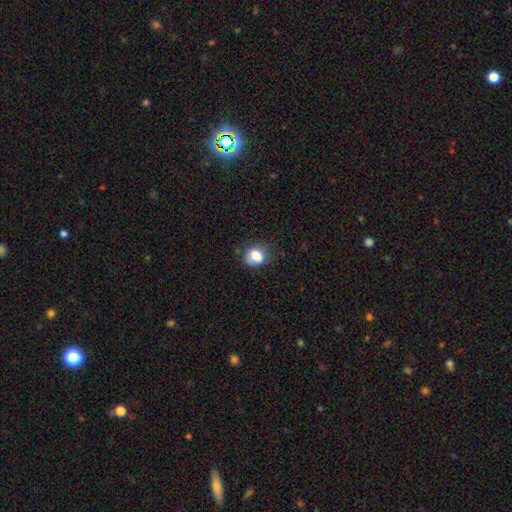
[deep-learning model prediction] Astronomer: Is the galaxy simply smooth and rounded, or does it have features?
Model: smooth — 81%.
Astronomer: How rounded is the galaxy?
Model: round — 52% (runner-up: in between, 47%).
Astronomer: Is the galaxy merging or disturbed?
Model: none — 66%.